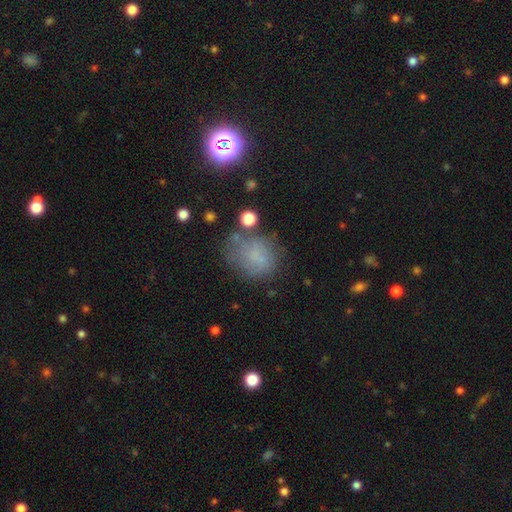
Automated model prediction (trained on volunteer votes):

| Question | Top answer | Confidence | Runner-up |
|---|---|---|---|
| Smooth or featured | smooth | 55% | featured or disk (24%) |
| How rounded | round | 59% | in between (40%) |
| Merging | none | 50% | minor disturbance (25%) |